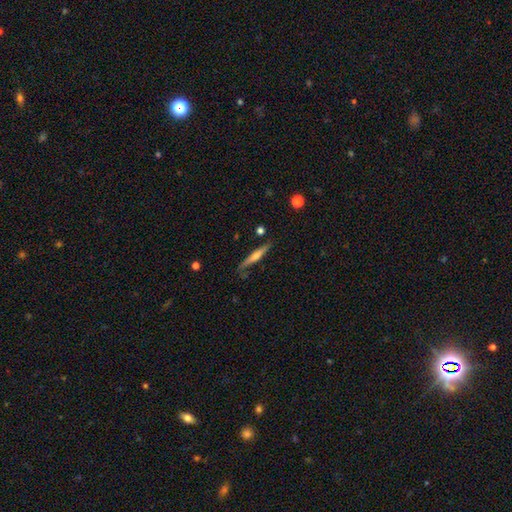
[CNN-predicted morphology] Smooth or featured: featured or disk — 56% (smooth — 38%)
Edge-on disk: yes — 96% (no — 4%)
Edge-on bulge: rounded — 79% (none — 14%)
Merging: none — 79% (minor disturbance — 15%)